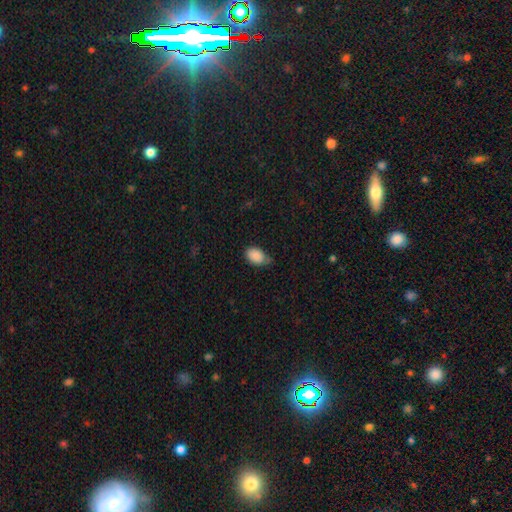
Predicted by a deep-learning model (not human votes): A smooth galaxy with no disk features (88%) that is in between round and cigar-shaped (87%).

Vote fractions:
- Smooth or featured? smooth: 88% / star or artifact: 8% / featured or disk: 5%
- How rounded? in between: 87% / round: 12% / cigar-shaped: 1%
- Merging? none: 54% / minor disturbance: 37% / major disturbance: 6% / merger: 3%